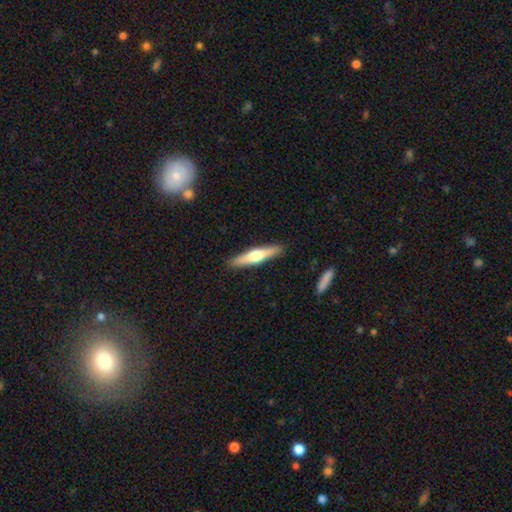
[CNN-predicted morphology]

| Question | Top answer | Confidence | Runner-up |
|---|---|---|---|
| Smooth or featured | featured or disk | 53% | smooth (42%) |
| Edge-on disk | yes | 96% | no (4%) |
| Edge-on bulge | rounded | 90% | boxy (5%) |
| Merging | none | 91% | minor disturbance (7%) |